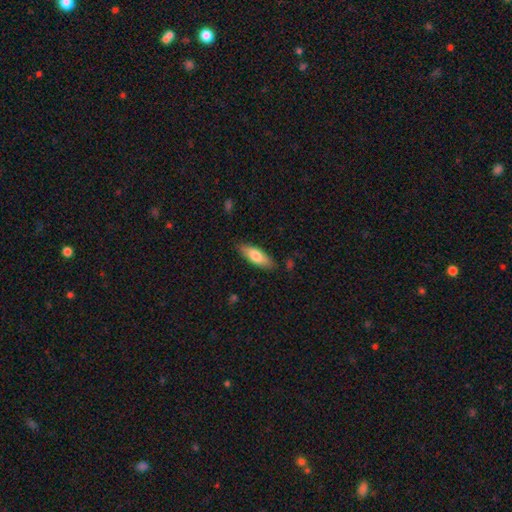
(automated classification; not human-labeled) smooth-or-featured: smooth: 76% | featured or disk: 18% | star or artifact: 6%
  how-rounded: in between: 64% | cigar-shaped: 34% | round: 2%
  merging: none: 85% | minor disturbance: 12% | major disturbance: 2% | merger: 1%